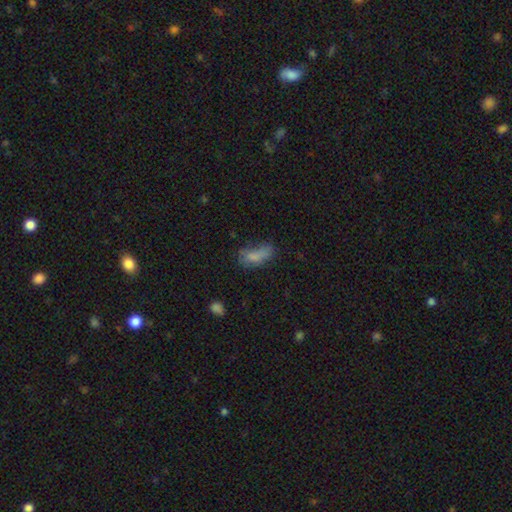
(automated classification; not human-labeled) Q: Smooth or featured?
A: smooth (74%); runner-up: featured or disk (14%)
Q: How rounded?
A: in between (78%); runner-up: cigar-shaped (18%)
Q: Merging?
A: none (39%); runner-up: minor disturbance (31%)